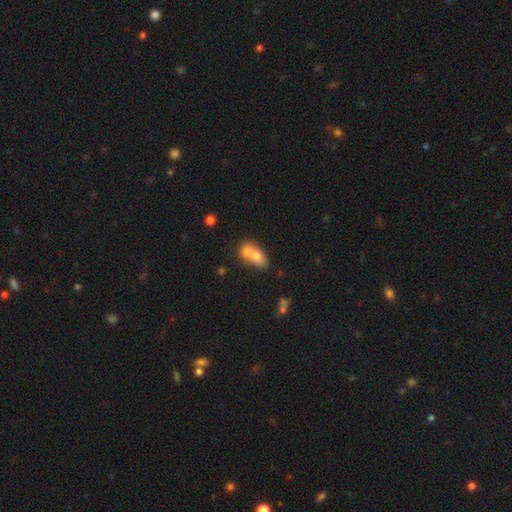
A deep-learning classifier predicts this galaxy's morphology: Smooth or featured? smooth (69%)
How rounded? in between (77%)
Merging? merger (68%)